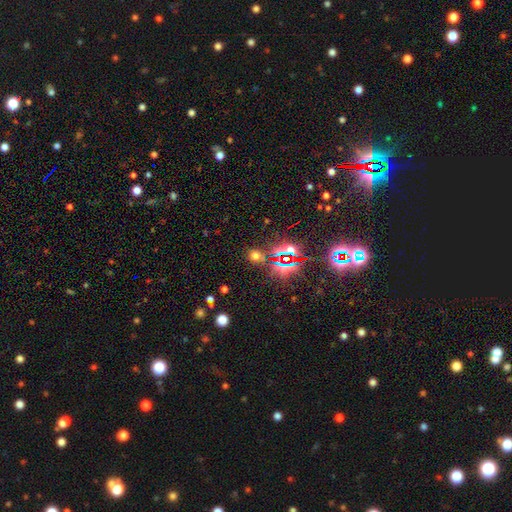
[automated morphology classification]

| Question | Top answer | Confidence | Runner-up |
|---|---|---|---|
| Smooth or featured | smooth | 49% | star or artifact (44%) |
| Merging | none | 80% | minor disturbance (9%) |